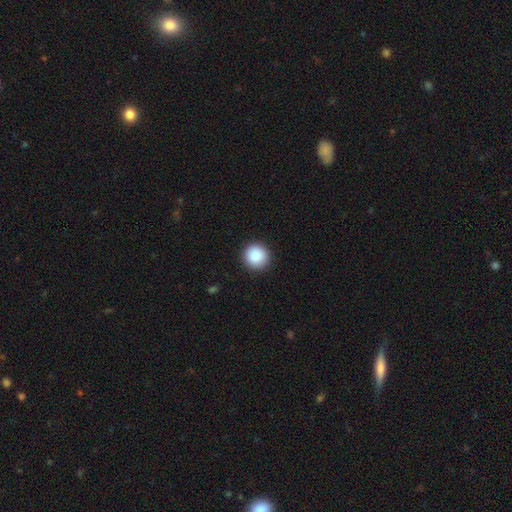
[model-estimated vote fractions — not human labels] A smooth galaxy with no disk features (89%) that is round (94%). Merging: none (92%).